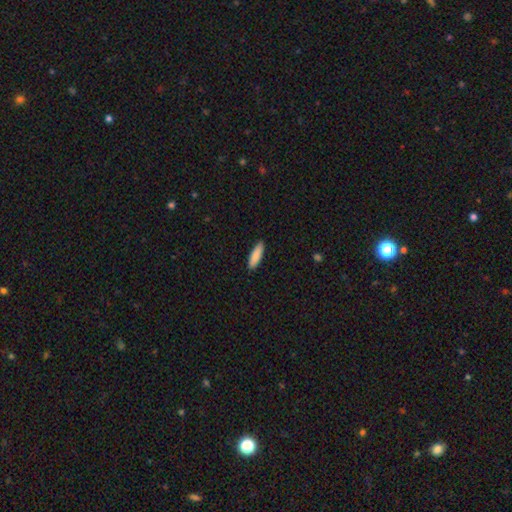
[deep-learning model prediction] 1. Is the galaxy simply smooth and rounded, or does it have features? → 88% smooth, 6% featured or disk, 6% star or artifact.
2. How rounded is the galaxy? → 61% cigar-shaped, 37% in between, 1% round.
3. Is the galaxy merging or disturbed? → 89% none, 8% minor disturbance, 2% major disturbance, 1% merger.